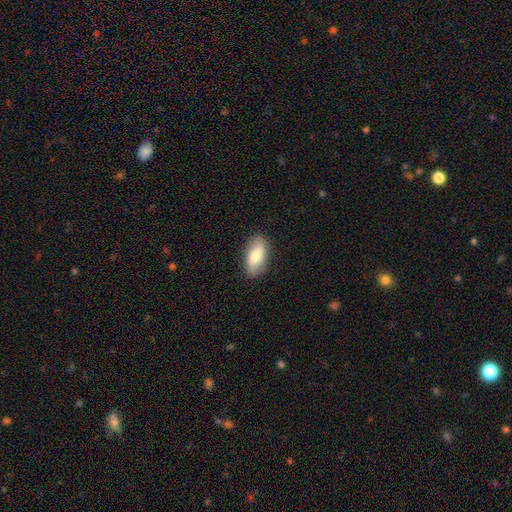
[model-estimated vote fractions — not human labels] The model was most divided on "smooth or featured": smooth: 79%, featured or disk: 15%, star or artifact: 6%. More confident: how rounded — in between (91%); merging — none (87%).